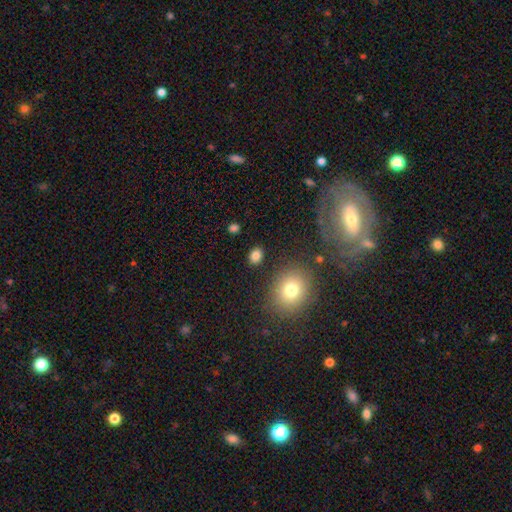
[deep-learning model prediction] Overall: smooth (83%). How rounded: in between (58%; round 41%). Merging: none (87%).